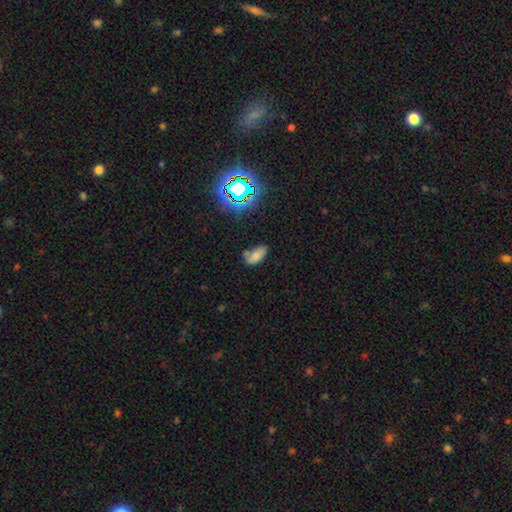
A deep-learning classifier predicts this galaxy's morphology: Q: Smooth or featured?
A: smooth (69%); runner-up: star or artifact (18%)
Q: How rounded?
A: in between (89%); runner-up: cigar-shaped (7%)
Q: Merging?
A: none (46%); runner-up: minor disturbance (27%)